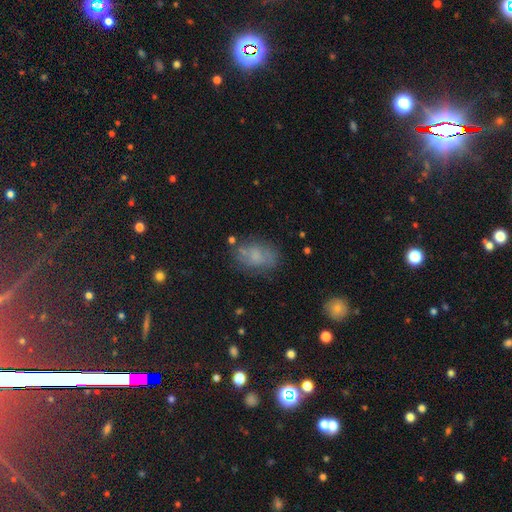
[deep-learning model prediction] smooth_or_featured: smooth (p=0.58) [alt: featured or disk p=0.26]
how_rounded: in between (p=0.81) [alt: round p=0.17]
merging: none (p=0.61) [alt: minor disturbance p=0.22]